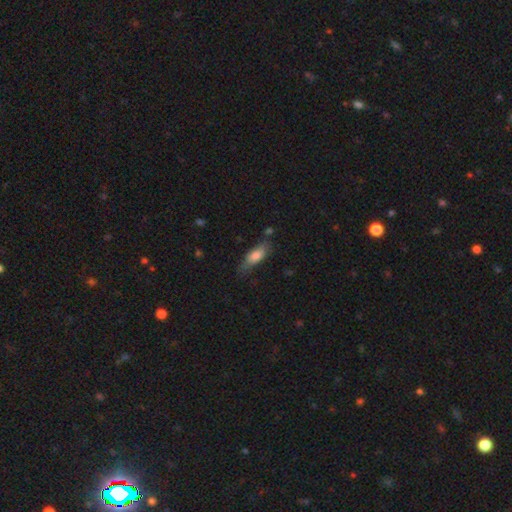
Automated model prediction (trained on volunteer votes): Smooth or featured: smooth — 73% (featured or disk — 20%)
How rounded: in between — 64% (cigar-shaped — 33%)
Merging: none — 61% (minor disturbance — 27%)